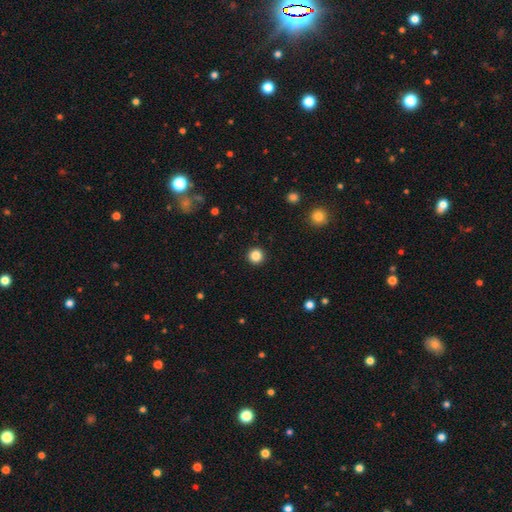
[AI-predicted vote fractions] This appears to be a smooth galaxy with no disk features (85%) that is round (96%). Merging: none (93%).